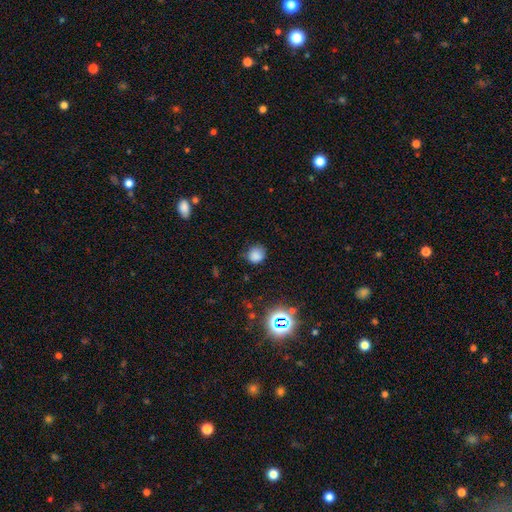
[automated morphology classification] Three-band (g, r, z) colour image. It shows a smooth galaxy with no disk features (80%) that is round (84%). Merging: none (73%).